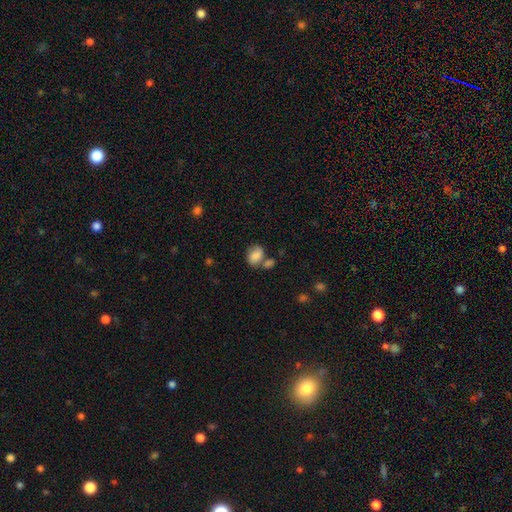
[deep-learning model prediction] Overall: smooth (77%). How rounded: in between (69%; round 30%). Merging: none (43%; merger 31%).